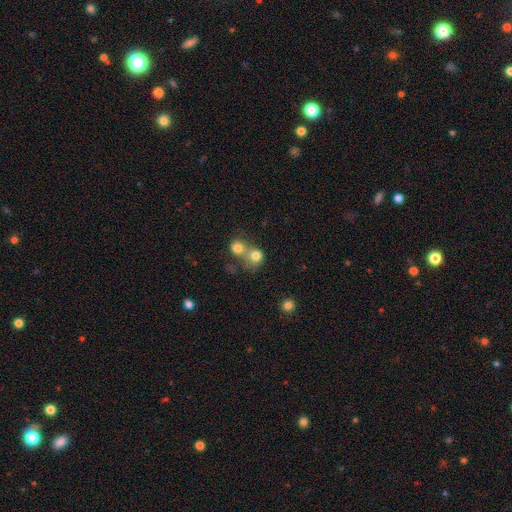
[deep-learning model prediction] smooth-or-featured: smooth: 78% | star or artifact: 11% | featured or disk: 11%
  how-rounded: round: 82% | in between: 17% | cigar-shaped: 1%
  merging: merger: 56% | none: 34% | minor disturbance: 6% | major disturbance: 4%